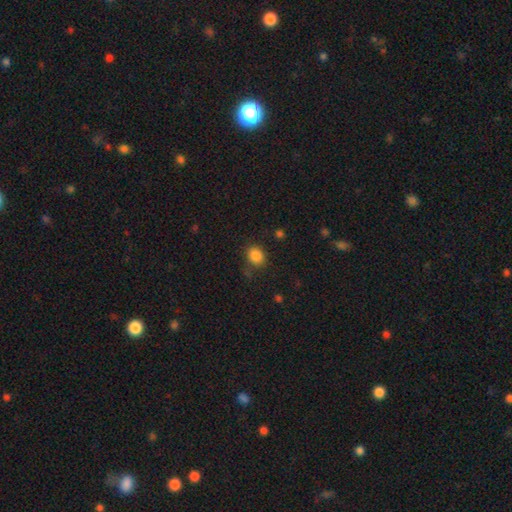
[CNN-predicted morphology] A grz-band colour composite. It shows a smooth galaxy with no disk features (85%) that is round (70%). Merging: none (76%).